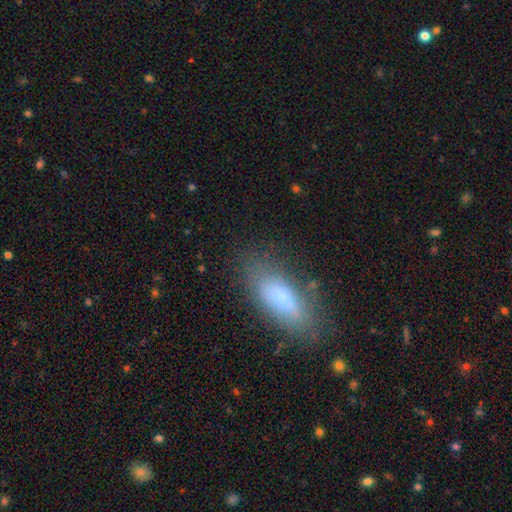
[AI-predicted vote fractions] This is likely a smooth galaxy (71%). How rounded: likely in between (68%). Merging: likely none (79%).